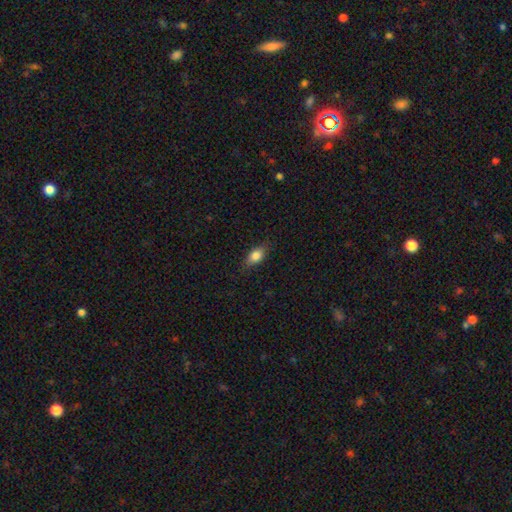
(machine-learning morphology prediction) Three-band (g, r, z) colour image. It shows a smooth galaxy with no disk features (79%) that is in between round and cigar-shaped (81%). Merging: none (80%).